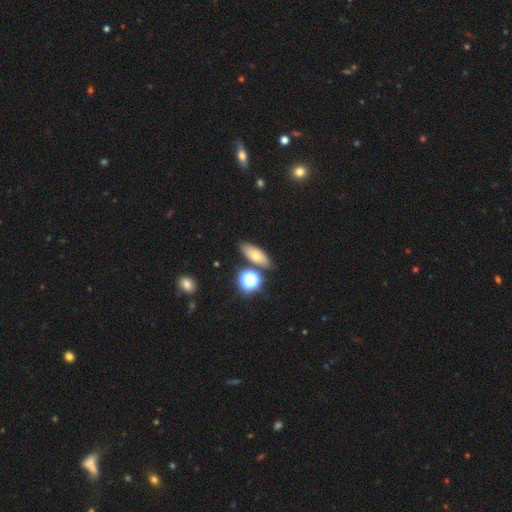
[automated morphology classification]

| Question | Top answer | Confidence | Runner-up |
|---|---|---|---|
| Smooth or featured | smooth | 61% | featured or disk (23%) |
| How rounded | in between | 66% | cigar-shaped (22%) |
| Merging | none | 79% | minor disturbance (10%) |